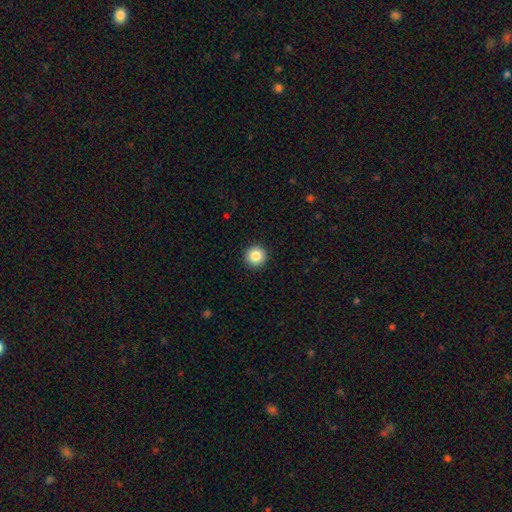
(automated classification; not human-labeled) The model was most divided on "smooth or featured": smooth: 85%, star or artifact: 10%, featured or disk: 5%. More confident: how rounded — round (96%); merging — none (93%).